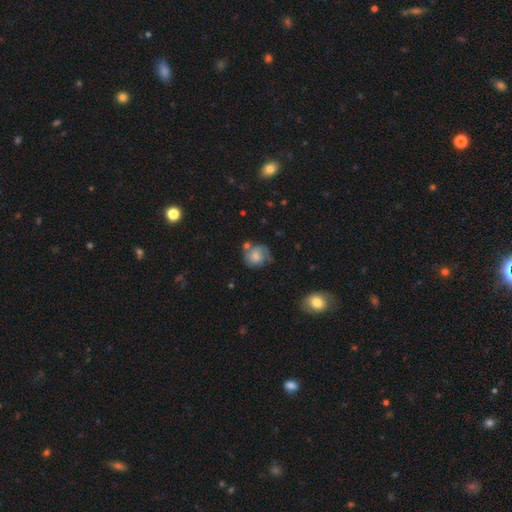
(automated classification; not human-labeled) smooth-or-featured: smooth: 46% | featured or disk: 45% | star or artifact: 9%
  merging: none: 49% | minor disturbance: 26% | major disturbance: 15% | merger: 11%